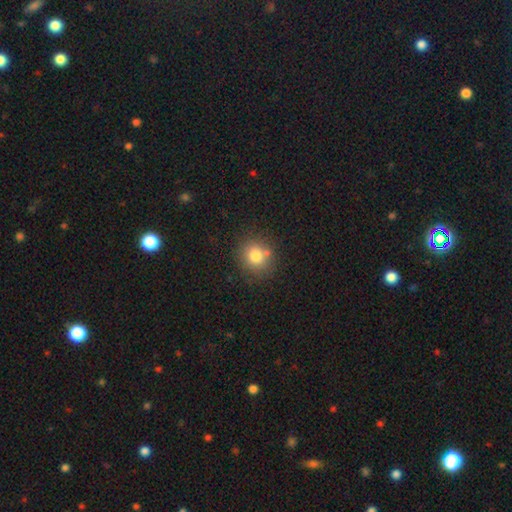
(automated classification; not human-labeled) Smooth or featured?
  - smooth: 79% *
  - star or artifact: 12%
  - featured or disk: 9%
How rounded?
  - round: 84% *
  - in between: 15%
  - cigar-shaped: 1%
Merging?
  - none: 75% *
  - minor disturbance: 12%
  - merger: 10%
  - major disturbance: 4%